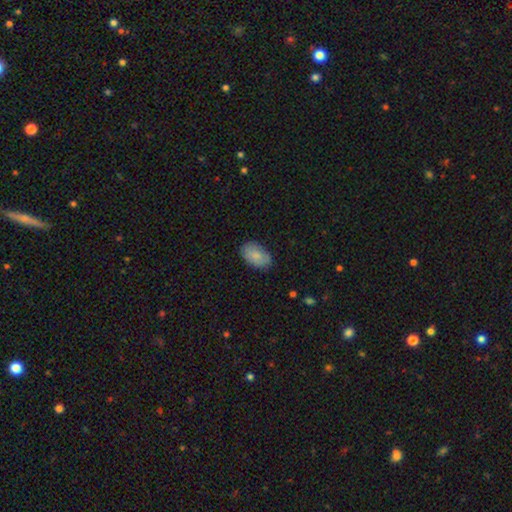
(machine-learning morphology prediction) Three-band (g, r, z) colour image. It shows a smooth galaxy with no disk features (81%) that is in between round and cigar-shaped (92%). Merging: none (81%).